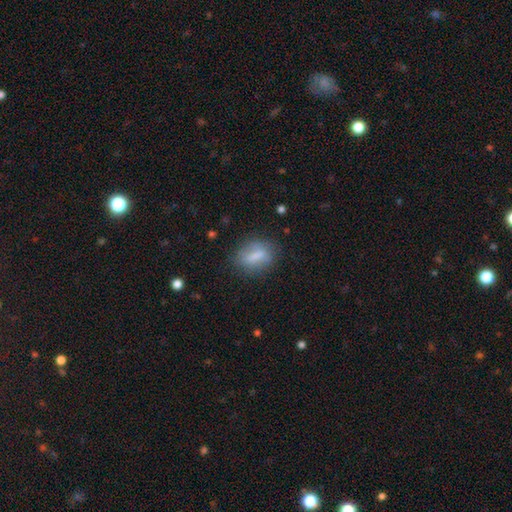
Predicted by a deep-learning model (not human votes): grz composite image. It shows a smooth galaxy with no disk features (70%) that is in between round and cigar-shaped (68%). Merging: none (74%).